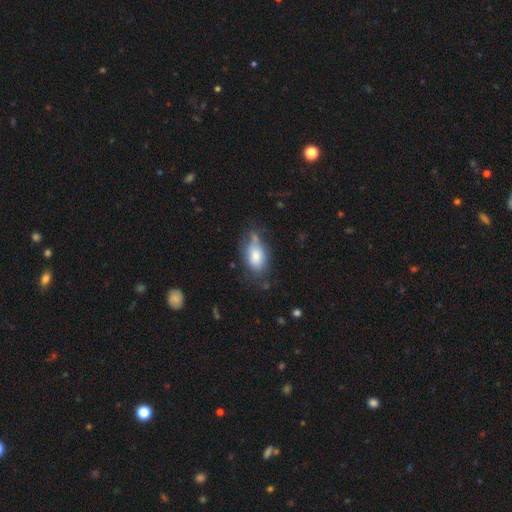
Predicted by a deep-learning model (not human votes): Overall: smooth (74%). How rounded: in between (92%). Merging: none (48%; minor disturbance 32%).